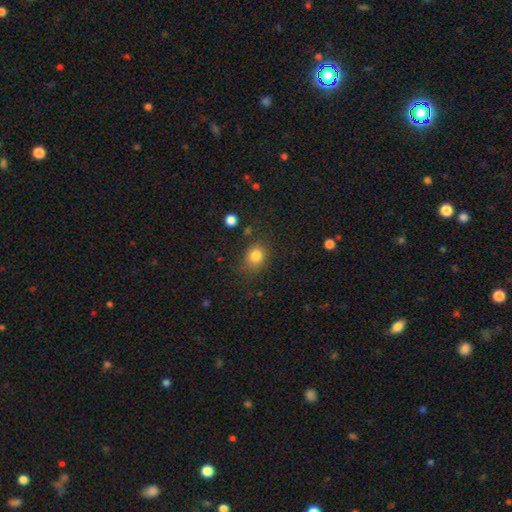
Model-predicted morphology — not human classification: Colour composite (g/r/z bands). It shows a smooth galaxy with no disk features (83%) that is round (54%). Merging: none (74%).